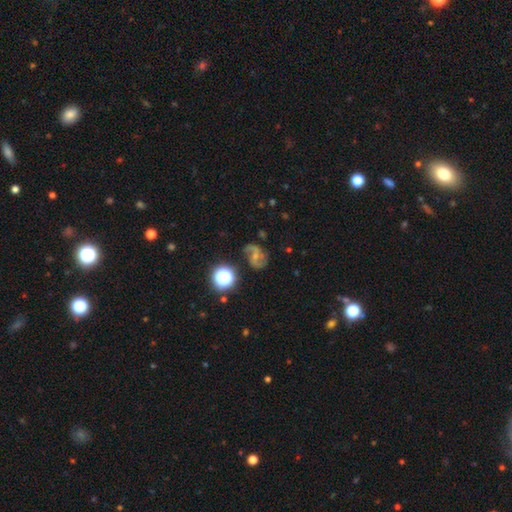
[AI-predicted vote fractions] Smooth or featured: featured or disk — 72% (smooth — 16%)
Edge-on disk: no — 98% (yes — 2%)
Bar: weak — 43% (no — 41%)
Spiral arms: yes — 93% (no — 7%)
Spiral winding: loose — 45% (medium — 43%)
Spiral arm count: 2 — 87% (can't tell — 5%)
Bulge size: small — 58% (moderate — 32%)
Merging: none — 68% (minor disturbance — 19%)